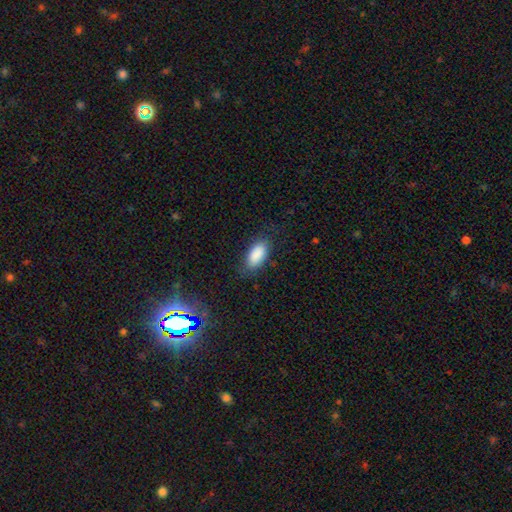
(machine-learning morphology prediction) smooth_or_featured: smooth (p=0.88) [alt: star or artifact p=0.07]
how_rounded: in between (p=0.92) [alt: cigar-shaped p=0.05]
merging: none (p=0.79) [alt: minor disturbance p=0.15]